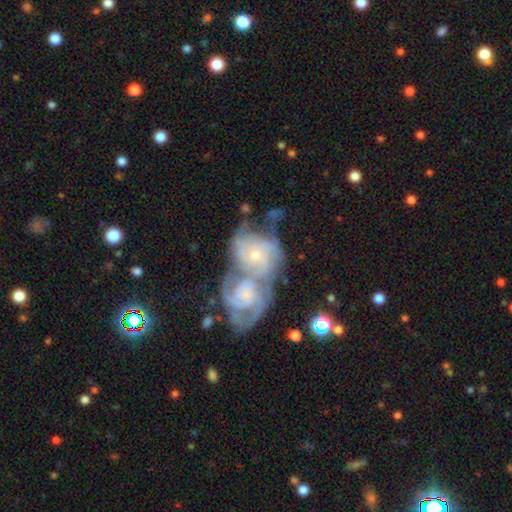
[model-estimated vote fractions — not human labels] A featured or disk galaxy (81%) with no bar (69%), tight (52%) spiral arms (93%) and a small central bulge (64%).

Vote fractions:
- Smooth or featured? featured or disk: 81% / smooth: 13% / star or artifact: 6%
- Edge-on disk? no: 97% / yes: 3%
- Bar? no: 69% / weak: 25% / strong: 6%
- Spiral arms? yes: 93% / no: 7%
- Spiral winding? tight: 52% / medium: 38% / loose: 10%
- Spiral arm count? can't tell: 29% / 3: 28% / 2: 27% / 4: 7% / 1: 4% / more than 4: 4%
- Bulge size? small: 64% / moderate: 29% / none: 4% / large: 2% / dominant: 1%
- Merging? merger: 75% / none: 13% / minor disturbance: 6% / major disturbance: 6%